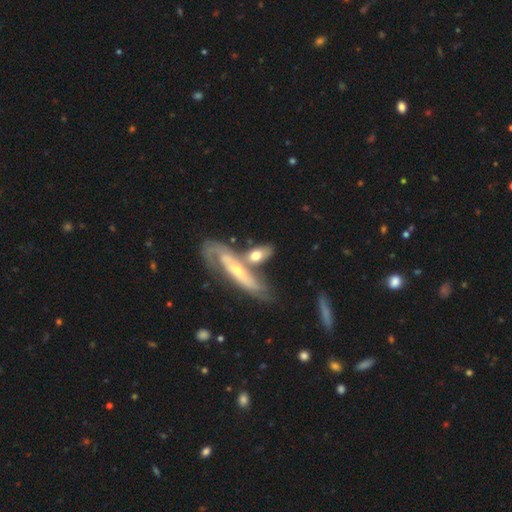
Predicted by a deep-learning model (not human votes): Overall: featured or disk (49%; smooth 46%). Merging: merger (47%; none 31%).